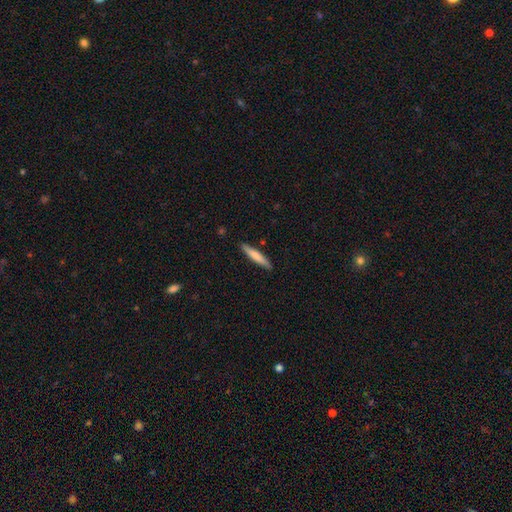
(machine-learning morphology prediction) Q: Smooth or featured?
A: smooth (73%); runner-up: featured or disk (22%)
Q: How rounded?
A: cigar-shaped (92%); runner-up: in between (7%)
Q: Merging?
A: none (87%); runner-up: minor disturbance (10%)